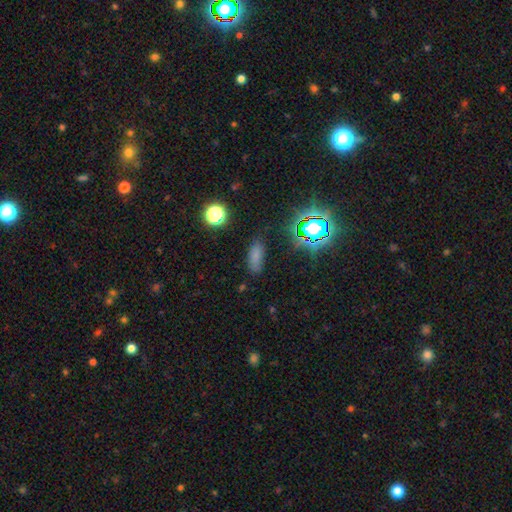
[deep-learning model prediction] This is likely a smooth galaxy (72%). How rounded: likely in between (76%). Merging: likely none (77%).